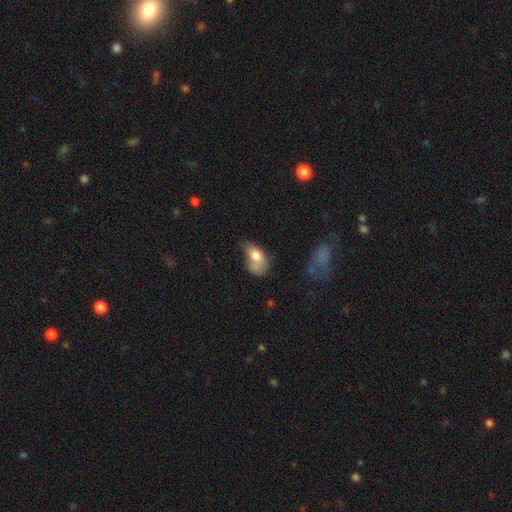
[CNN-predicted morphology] Smooth or featured? smooth (74%)
How rounded? in between (85%)
Merging? minor disturbance (30%)